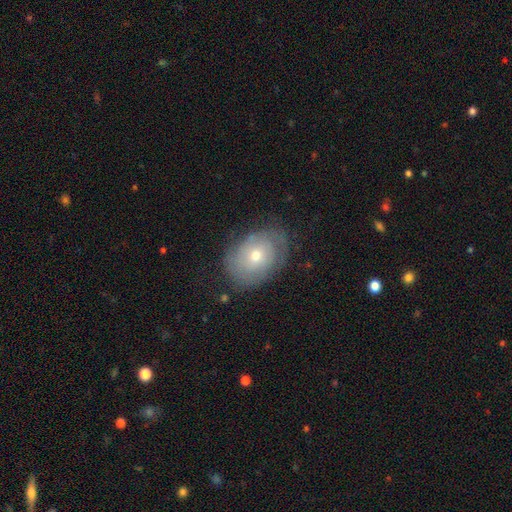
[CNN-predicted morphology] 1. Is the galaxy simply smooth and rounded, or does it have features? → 51% featured or disk, 40% smooth, 8% star or artifact.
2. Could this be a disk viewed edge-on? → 94% no, 6% yes.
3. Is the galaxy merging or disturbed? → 72% none, 20% minor disturbance, 7% major disturbance, 1% merger.